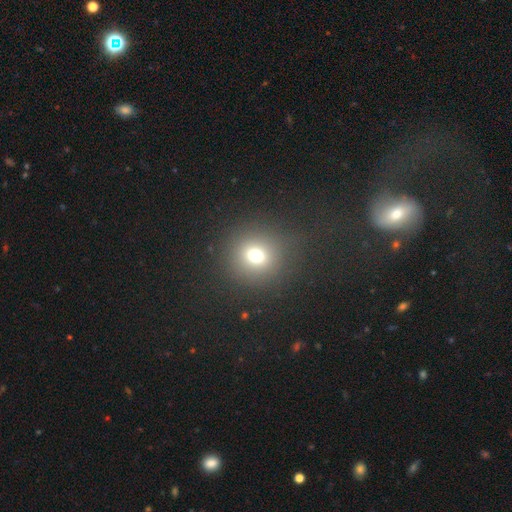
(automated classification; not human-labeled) smooth-or-featured: smooth: 71% | star or artifact: 19% | featured or disk: 10%
  how-rounded: round: 90% | in between: 9% | cigar-shaped: 1%
  merging: none: 84% | minor disturbance: 8% | major disturbance: 6% | merger: 2%